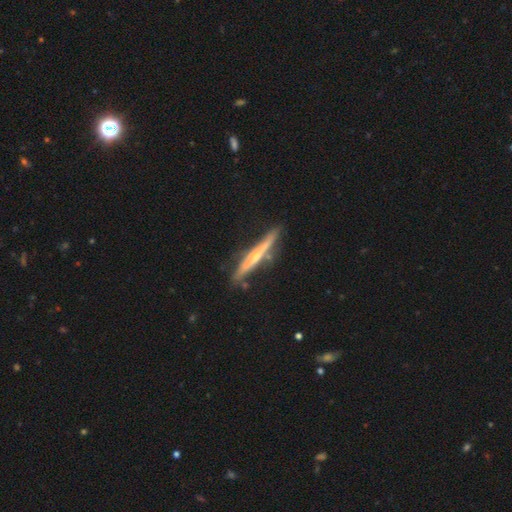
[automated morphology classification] Overall: featured or disk (65%; smooth 30%). Edge-on disk: yes (95%). Edge-on bulge: rounded (60%; none 33%). Merging: none (77%).